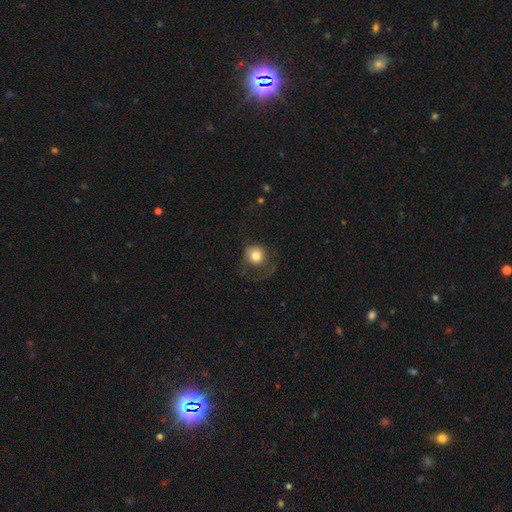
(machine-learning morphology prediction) smooth-or-featured: smooth: 78% | featured or disk: 13% | star or artifact: 9%
  how-rounded: round: 88% | in between: 11% | cigar-shaped: 1%
  merging: none: 48% | major disturbance: 31% | minor disturbance: 20% | merger: 2%